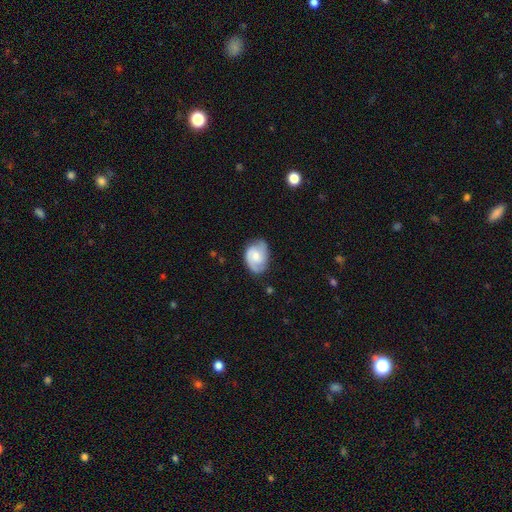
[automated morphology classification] featured or disk 59%, smooth 34%, star or artifact 7%. Down the decision tree: edge-on disk — no (97%); bar — no (59%); spiral arms — yes (89%); spiral arm count — 2 (70%); spiral winding — medium (44%); bulge size — moderate (50%); merging — none (67%).